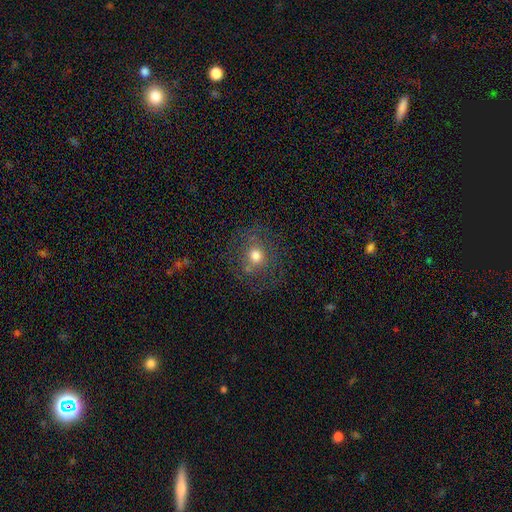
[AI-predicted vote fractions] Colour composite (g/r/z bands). It shows a smooth galaxy with no disk features (62%) that is round (82%). Merging: none (72%).